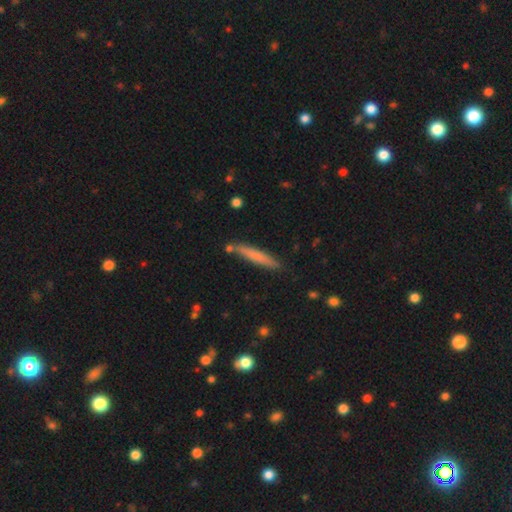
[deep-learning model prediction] Q: Smooth or featured?
A: smooth (71%); runner-up: featured or disk (22%)
Q: How rounded?
A: cigar-shaped (94%); runner-up: in between (4%)
Q: Merging?
A: none (85%); runner-up: minor disturbance (10%)